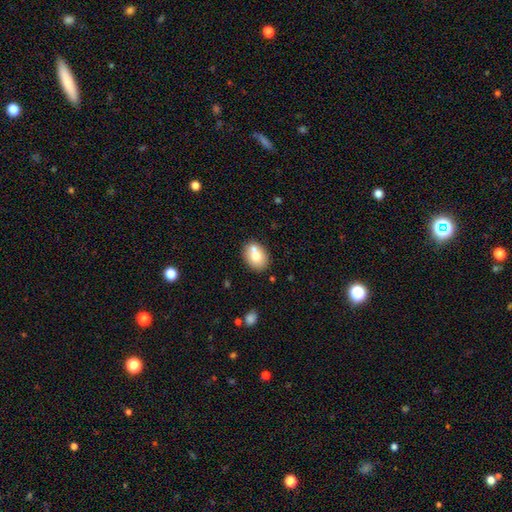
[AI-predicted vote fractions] This is likely a smooth galaxy (72%). How rounded: likely in between (63%). Merging: likely none (61%).